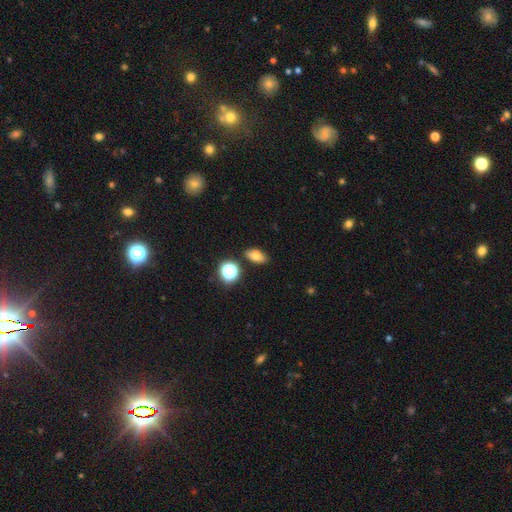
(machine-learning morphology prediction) Overall: smooth (76%). How rounded: in between (83%). Merging: none (83%).